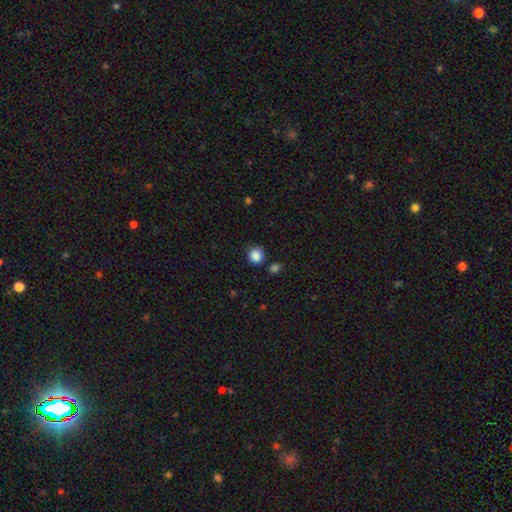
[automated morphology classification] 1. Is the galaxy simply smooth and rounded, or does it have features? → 87% smooth, 10% star or artifact, 3% featured or disk.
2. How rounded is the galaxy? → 87% round, 12% in between, 1% cigar-shaped.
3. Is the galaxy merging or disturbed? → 79% none, 12% minor disturbance, 5% merger, 3% major disturbance.